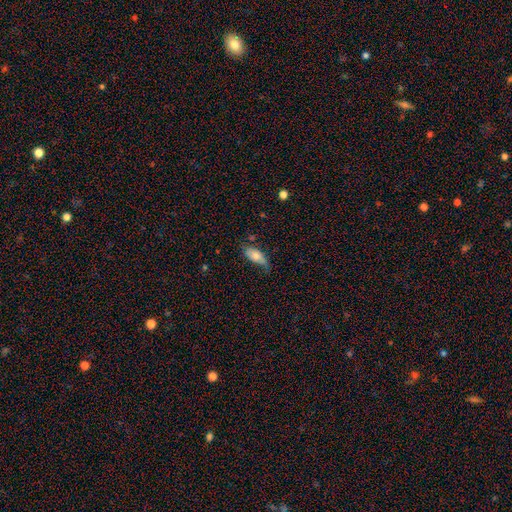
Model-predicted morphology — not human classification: This appears to be a smooth galaxy with no disk features (72%) that is in between round and cigar-shaped (85%). Merging: none (47%).